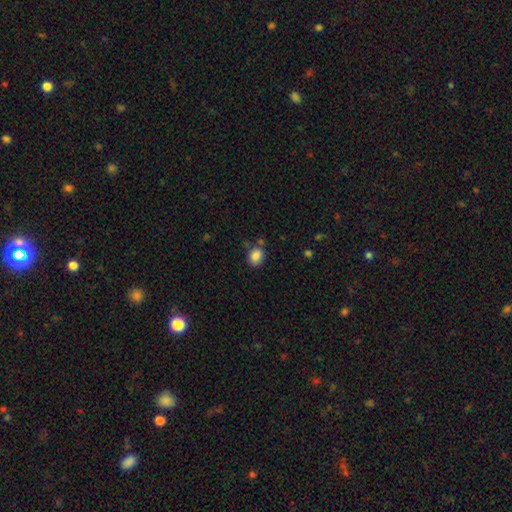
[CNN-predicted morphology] This appears to be a smooth galaxy with no disk features (86%) that is in between round and cigar-shaped (54%). Merging: none (72%).